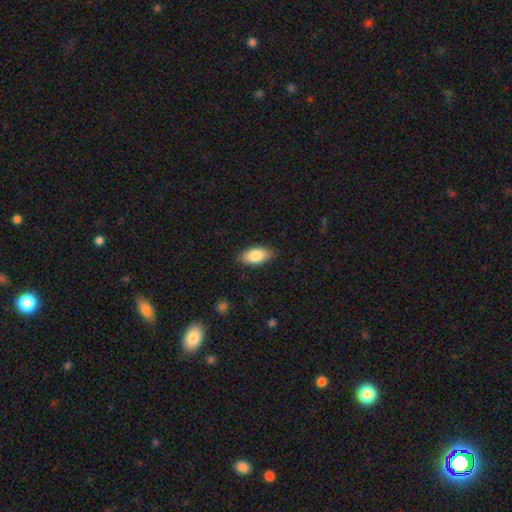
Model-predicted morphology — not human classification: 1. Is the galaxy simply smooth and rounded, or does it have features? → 83% smooth, 10% featured or disk, 6% star or artifact.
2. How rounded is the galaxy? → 92% in between, 5% cigar-shaped, 3% round.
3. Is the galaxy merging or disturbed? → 87% none, 10% minor disturbance, 2% major disturbance, 1% merger.